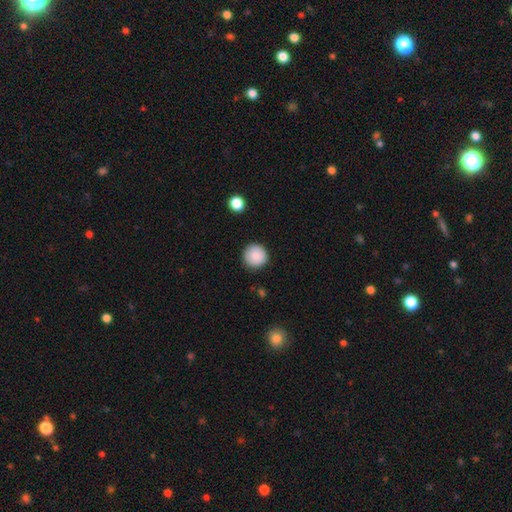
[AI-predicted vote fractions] smooth_or_featured: smooth (p=0.88) [alt: star or artifact p=0.07]
how_rounded: round (p=0.95) [alt: in between p=0.04]
merging: none (p=0.90) [alt: minor disturbance p=0.07]